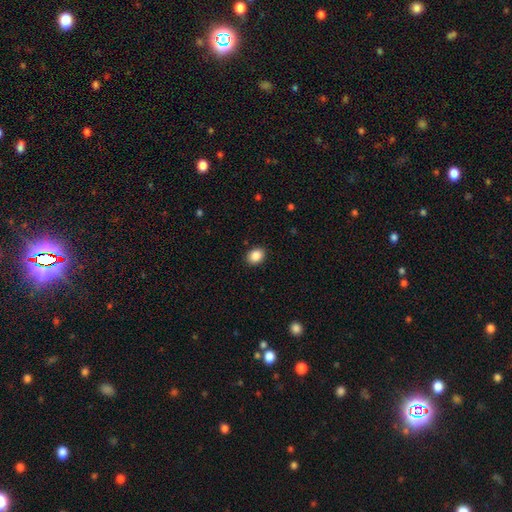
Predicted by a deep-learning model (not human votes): Smooth or featured: smooth — 88% (star or artifact — 9%)
How rounded: in between — 57% (round — 42%)
Merging: none — 90% (minor disturbance — 7%)